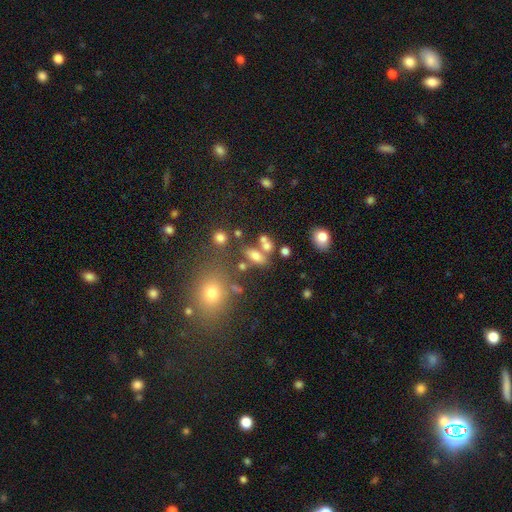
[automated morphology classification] smooth_or_featured: smooth (p=0.69) [alt: featured or disk p=0.17]
how_rounded: in between (p=0.78) [alt: round p=0.11]
merging: none (p=0.49) [alt: merger p=0.31]